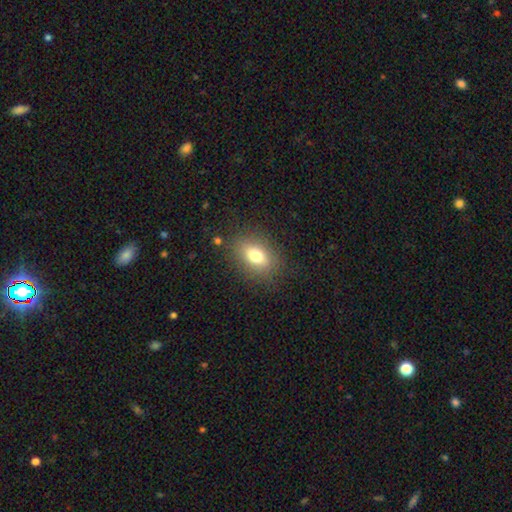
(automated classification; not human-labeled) A smooth galaxy with no disk features (74%) that is in between round and cigar-shaped (77%).

Vote fractions:
- Smooth or featured? smooth: 74% / featured or disk: 15% / star or artifact: 11%
- How rounded? in between: 77% / round: 20% / cigar-shaped: 3%
- Merging? none: 83% / minor disturbance: 11% / major disturbance: 5% / merger: 2%